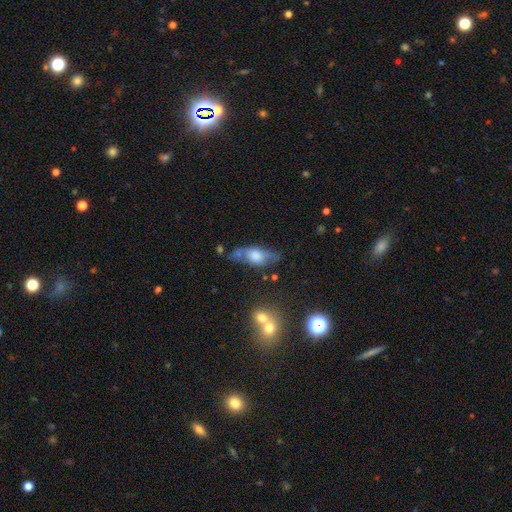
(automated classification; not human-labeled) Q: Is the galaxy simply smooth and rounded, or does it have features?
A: smooth — 52%.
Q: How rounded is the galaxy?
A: in between — 73%.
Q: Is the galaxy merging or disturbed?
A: none — 54%.